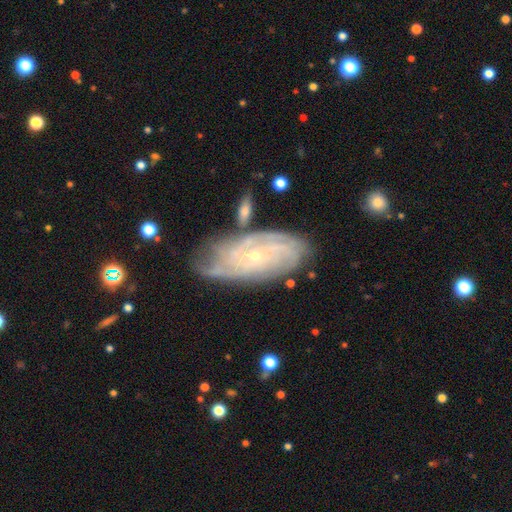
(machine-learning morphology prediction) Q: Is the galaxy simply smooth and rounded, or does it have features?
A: featured or disk — 85%.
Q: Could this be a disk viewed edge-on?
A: no — 93%.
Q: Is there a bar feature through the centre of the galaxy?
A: no — 75%.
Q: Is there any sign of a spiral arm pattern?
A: yes — 96%.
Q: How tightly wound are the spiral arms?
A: tight — 75%.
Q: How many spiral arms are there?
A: can't tell — 32%.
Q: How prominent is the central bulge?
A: small — 77%.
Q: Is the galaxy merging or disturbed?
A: none — 70%.